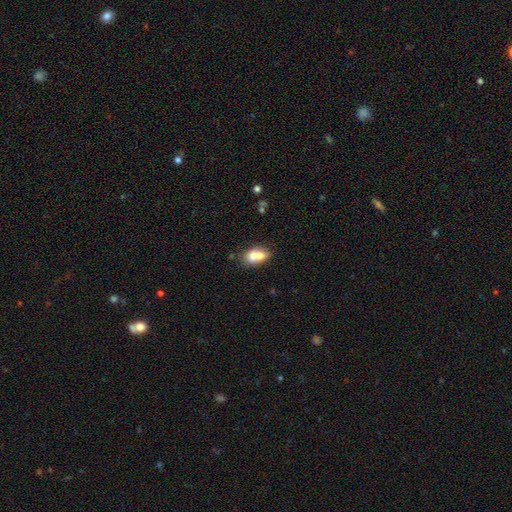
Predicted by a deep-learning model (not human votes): Q: Smooth or featured?
A: smooth (70%); runner-up: featured or disk (22%)
Q: How rounded?
A: in between (78%); runner-up: round (18%)
Q: Merging?
A: merger (51%); runner-up: none (32%)